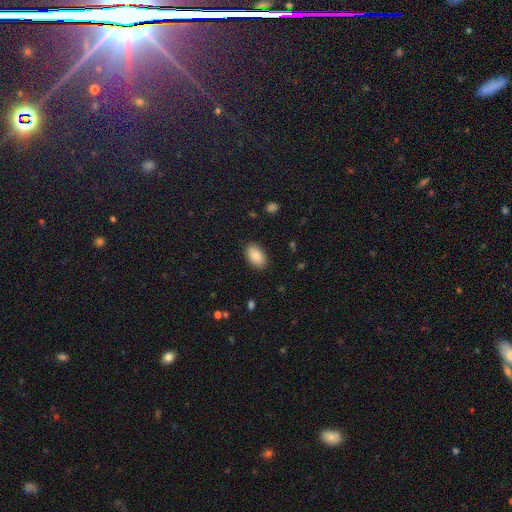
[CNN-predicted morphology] This is clearly a smooth galaxy (88%). How rounded: clearly in between (92%). Merging: clearly none (87%).